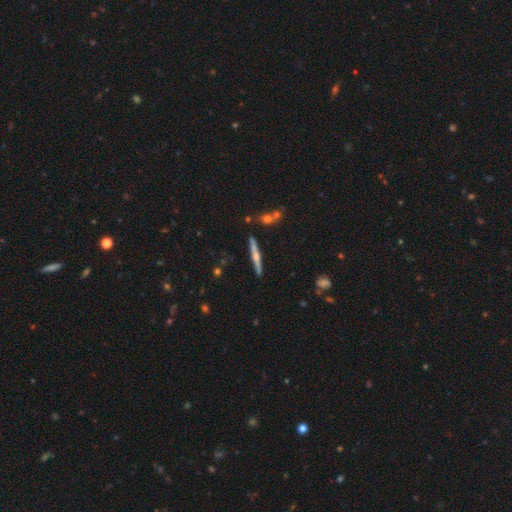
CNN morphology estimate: Smooth or featured: featured or disk — 66% (smooth — 28%)
Edge-on disk: yes — 97% (no — 3%)
Edge-on bulge: rounded — 84% (none — 10%)
Merging: none — 87% (minor disturbance — 8%)